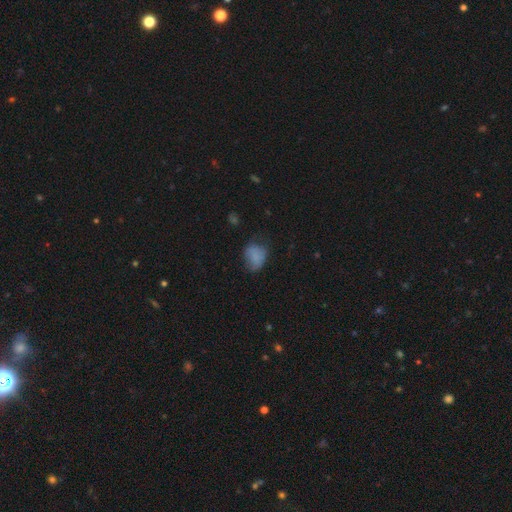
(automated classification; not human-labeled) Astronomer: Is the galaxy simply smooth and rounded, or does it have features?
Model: smooth — 75%.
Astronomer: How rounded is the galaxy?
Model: in between — 62%.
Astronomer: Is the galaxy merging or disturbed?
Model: none — 47% (runner-up: minor disturbance, 34%).